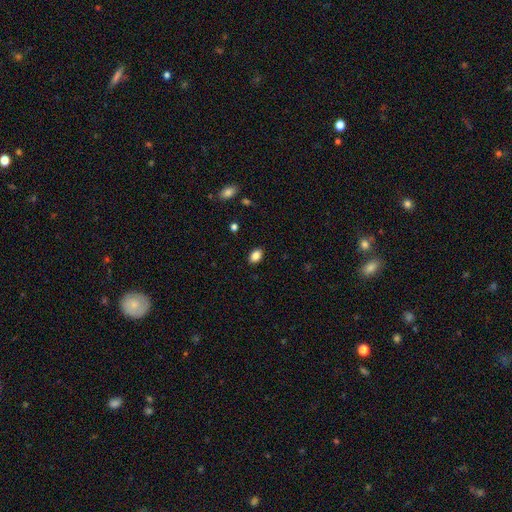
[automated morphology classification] The model was most divided on "how rounded": in between: 85%, round: 14%, cigar-shaped: 1%. More confident: merging — none (89%); smooth or featured — smooth (86%).